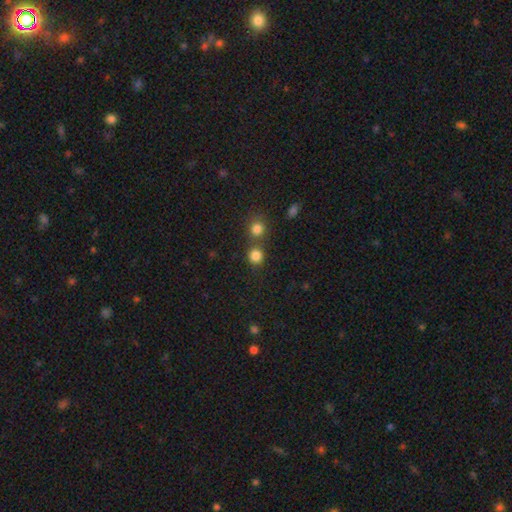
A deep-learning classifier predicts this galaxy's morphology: Smooth or featured? Predicted: smooth (p=0.82). How rounded? Predicted: round (p=0.88). Merging? Predicted: none (p=0.67).